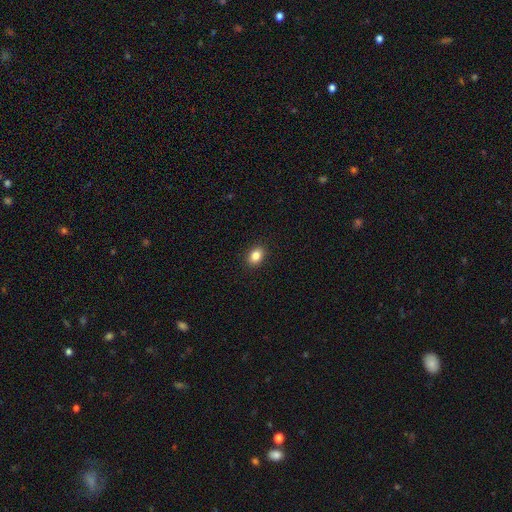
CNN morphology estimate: smooth-or-featured: smooth: 85% | star or artifact: 10% | featured or disk: 5%
  how-rounded: in between: 62% | round: 37% | cigar-shaped: 1%
  merging: none: 91% | minor disturbance: 7% | major disturbance: 2% | merger: 1%